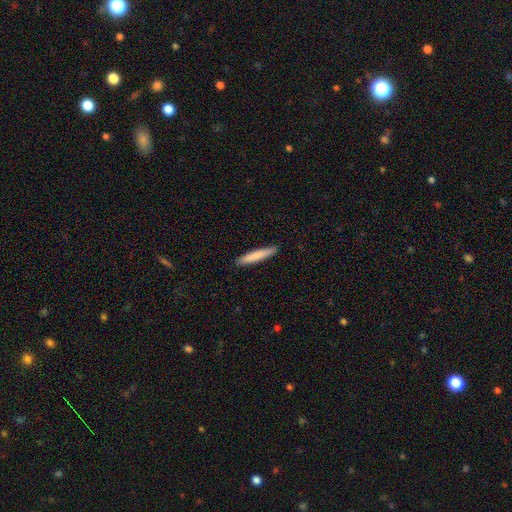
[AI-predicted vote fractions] Q: Smooth or featured?
A: smooth (80%); runner-up: featured or disk (15%)
Q: How rounded?
A: cigar-shaped (94%); runner-up: in between (5%)
Q: Merging?
A: none (90%); runner-up: minor disturbance (7%)